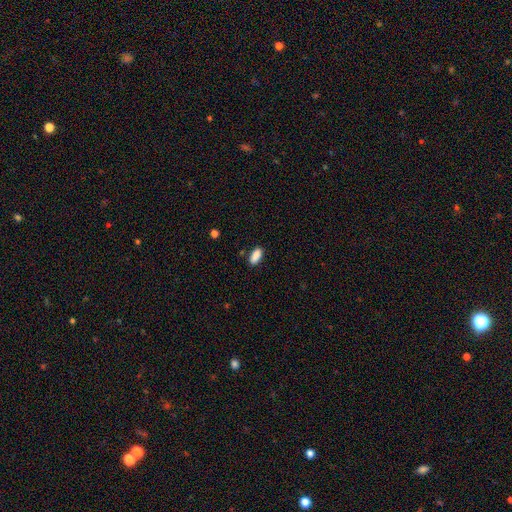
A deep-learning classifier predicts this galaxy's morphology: smooth-or-featured: smooth: 89% | star or artifact: 7% | featured or disk: 4%
  how-rounded: in between: 85% | cigar-shaped: 13% | round: 2%
  merging: none: 86% | minor disturbance: 10% | major disturbance: 2% | merger: 2%